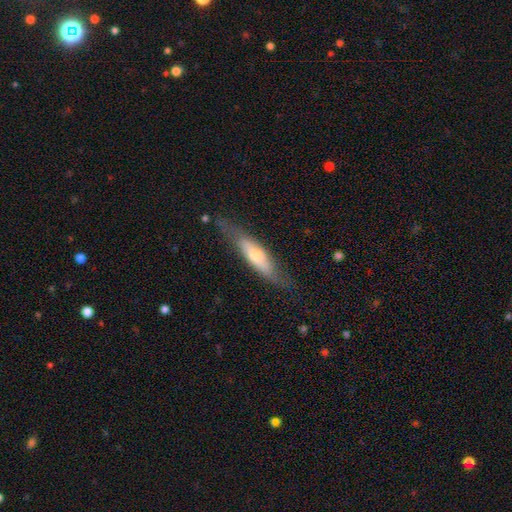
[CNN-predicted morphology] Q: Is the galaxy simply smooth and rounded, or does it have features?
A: smooth — 54%.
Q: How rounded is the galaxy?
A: cigar-shaped — 70%.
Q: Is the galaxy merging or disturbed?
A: none — 69%.